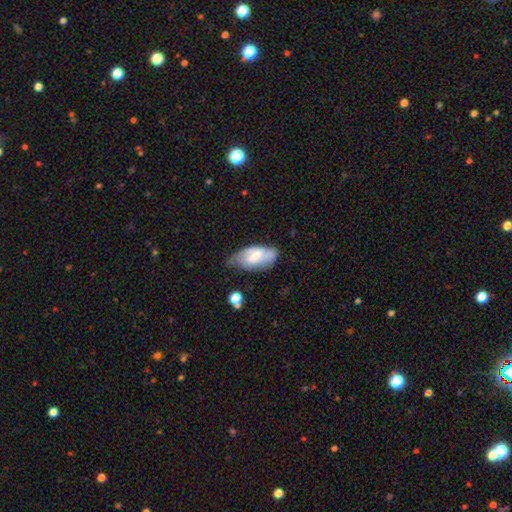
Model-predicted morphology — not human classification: smooth 52%, featured or disk 40%, star or artifact 7%. Down the decision tree: how rounded — in between (91%); merging — none (41%).